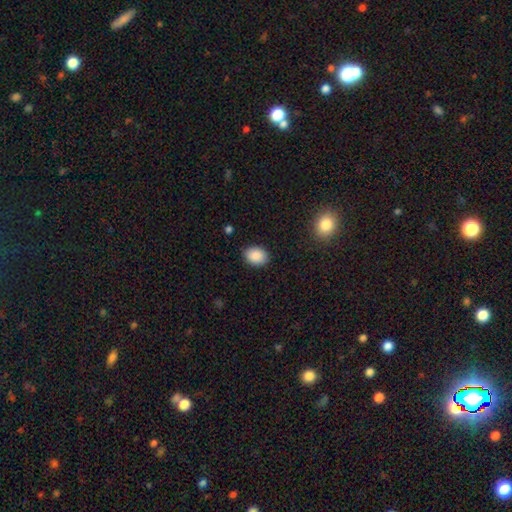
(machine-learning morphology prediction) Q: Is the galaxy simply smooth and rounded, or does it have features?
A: smooth — 88%.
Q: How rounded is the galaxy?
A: in between — 68%.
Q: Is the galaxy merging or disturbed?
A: none — 87%.